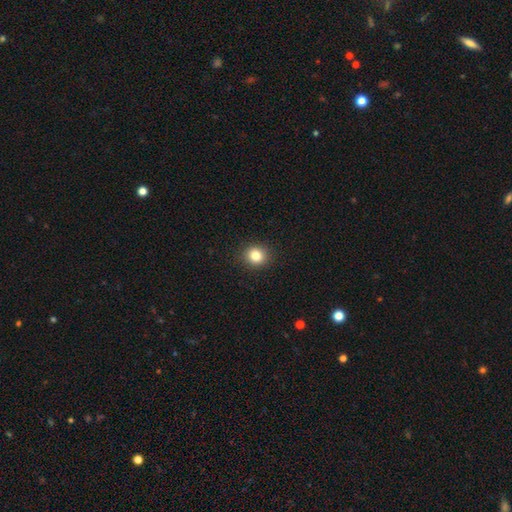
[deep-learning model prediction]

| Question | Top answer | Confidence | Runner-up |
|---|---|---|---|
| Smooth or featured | smooth | 83% | star or artifact (12%) |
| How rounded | round | 86% | in between (13%) |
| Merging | none | 91% | minor disturbance (6%) |